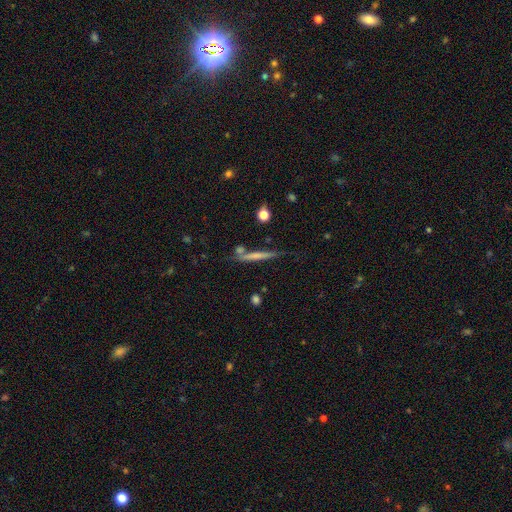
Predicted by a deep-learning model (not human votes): The model was most divided on "smooth or featured": smooth: 51%, featured or disk: 41%, star or artifact: 8%. More confident: how rounded — cigar-shaped (93%); merging — none (70%).